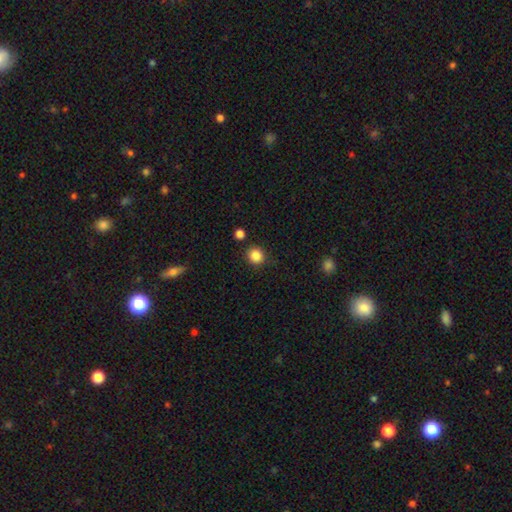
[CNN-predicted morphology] Smooth or featured: smooth — 86% (star or artifact — 10%)
How rounded: round — 88% (in between — 11%)
Merging: none — 87% (minor disturbance — 8%)